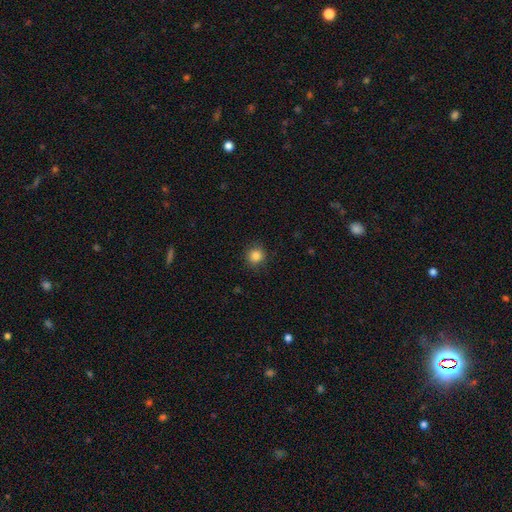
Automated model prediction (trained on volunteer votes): This is clearly a smooth galaxy (85%). How rounded: clearly round (92%). Merging: clearly none (89%).